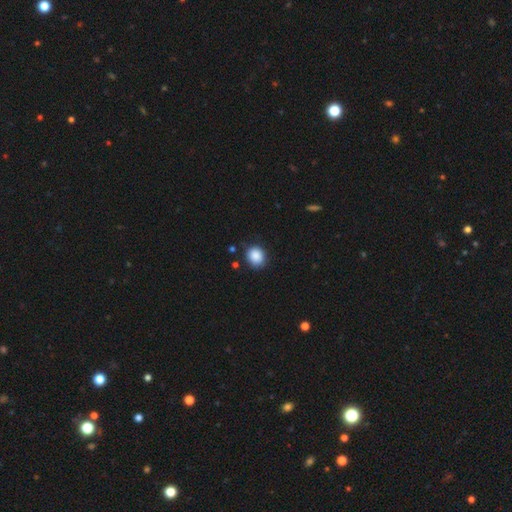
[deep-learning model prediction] smooth 88%, star or artifact 9%, featured or disk 4%. Down the decision tree: how rounded — round (74%); merging — none (81%).